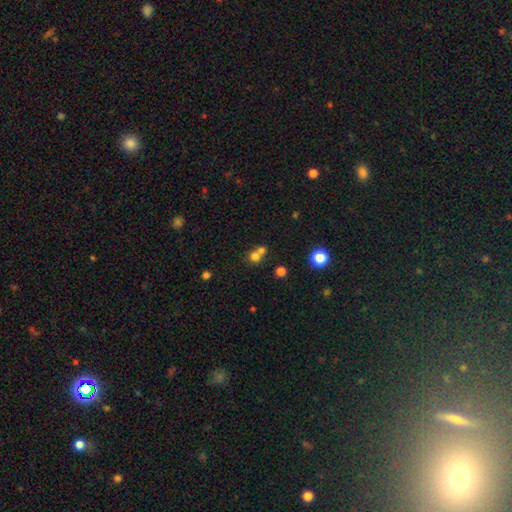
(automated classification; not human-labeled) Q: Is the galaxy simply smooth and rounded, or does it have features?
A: smooth — 73%.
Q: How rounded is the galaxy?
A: round — 85%.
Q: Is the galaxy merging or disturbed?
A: merger — 49%.